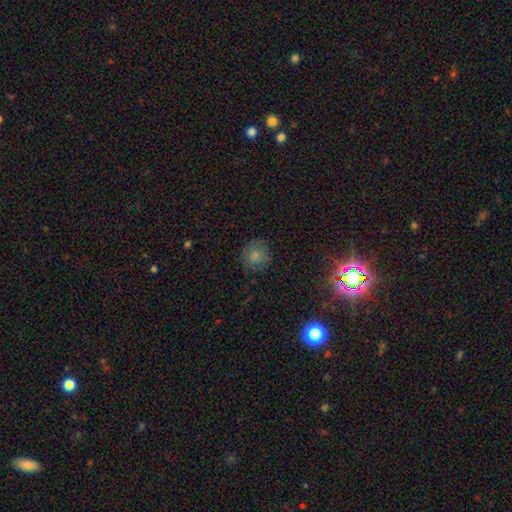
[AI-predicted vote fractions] Smooth or featured? Predicted: smooth (p=0.80). How rounded? Predicted: round (p=0.91). Merging? Predicted: none (p=0.84).